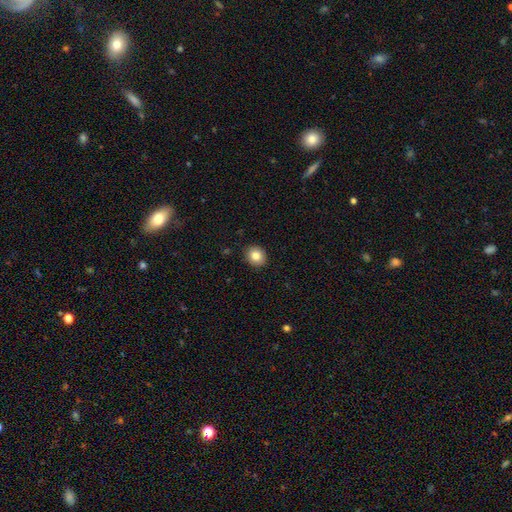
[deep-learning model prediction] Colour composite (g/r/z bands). It shows a smooth galaxy with no disk features (84%) that is round (71%). Merging: none (90%).